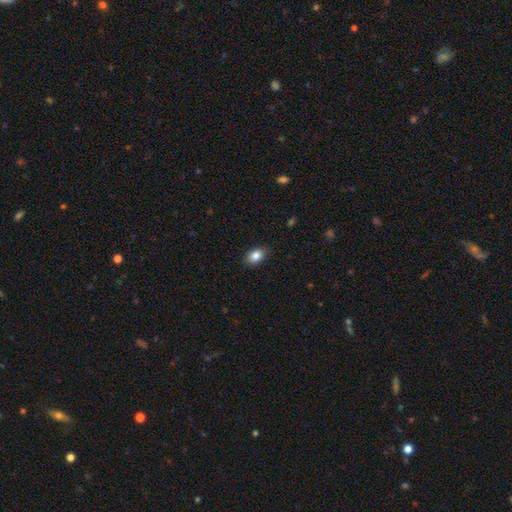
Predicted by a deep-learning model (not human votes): A smooth galaxy with no disk features (85%) that is in between round and cigar-shaped (84%). Merging: none (87%).